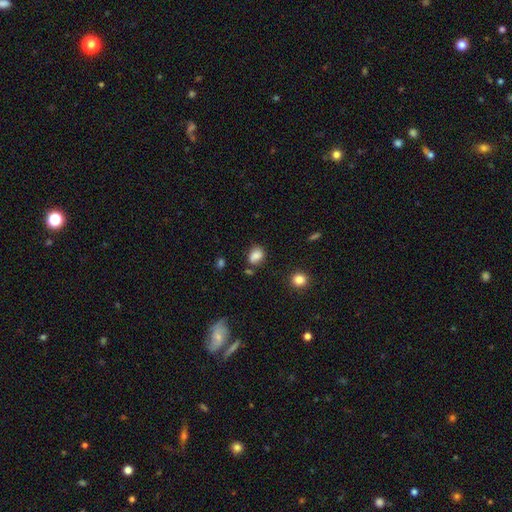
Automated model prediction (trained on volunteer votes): smooth 82%, star or artifact 11%, featured or disk 7%. Down the decision tree: how rounded — in between (64%); merging — none (63%).